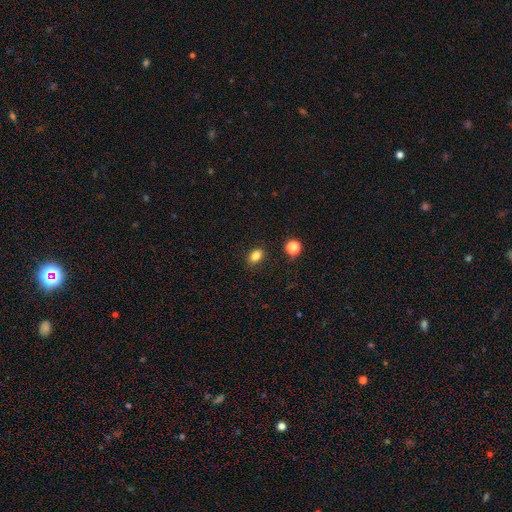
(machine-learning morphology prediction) Q: Smooth or featured?
A: smooth (82%); runner-up: star or artifact (12%)
Q: How rounded?
A: in between (74%); runner-up: round (25%)
Q: Merging?
A: none (86%); runner-up: minor disturbance (9%)